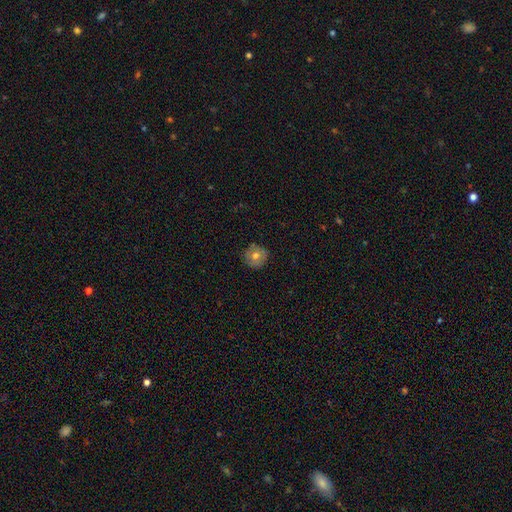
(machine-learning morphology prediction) Smooth or featured? Predicted: smooth (p=0.68). How rounded? Predicted: round (p=0.93). Merging? Predicted: none (p=0.86).